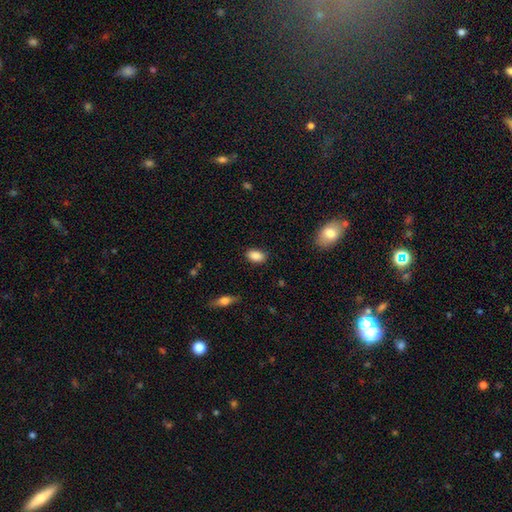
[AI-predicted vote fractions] smooth_or_featured: smooth (p=0.88) [alt: star or artifact p=0.08]
how_rounded: in between (p=0.89) [alt: round p=0.09]
merging: none (p=0.85) [alt: minor disturbance p=0.11]